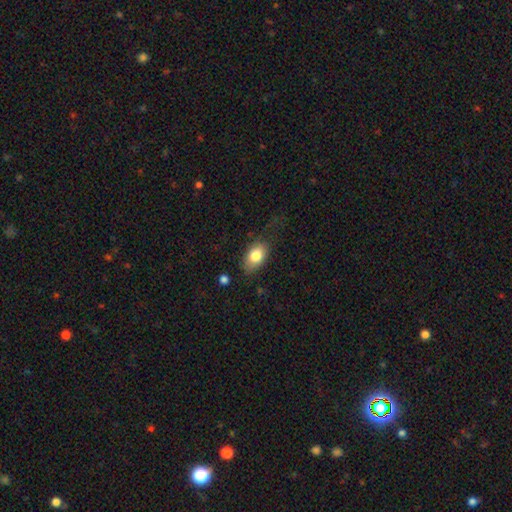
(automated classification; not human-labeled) Overall: smooth (80%). How rounded: in between (89%). Merging: none (71%).